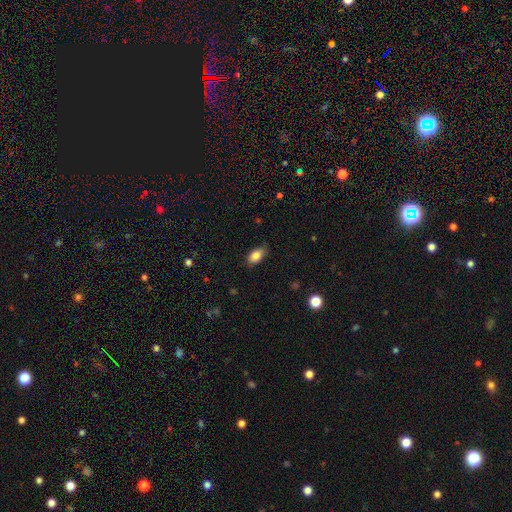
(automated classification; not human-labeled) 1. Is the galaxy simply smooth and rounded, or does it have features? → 84% smooth, 8% featured or disk, 8% star or artifact.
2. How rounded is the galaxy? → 91% in between, 6% round, 4% cigar-shaped.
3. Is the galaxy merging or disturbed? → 82% none, 15% minor disturbance, 3% major disturbance, 1% merger.